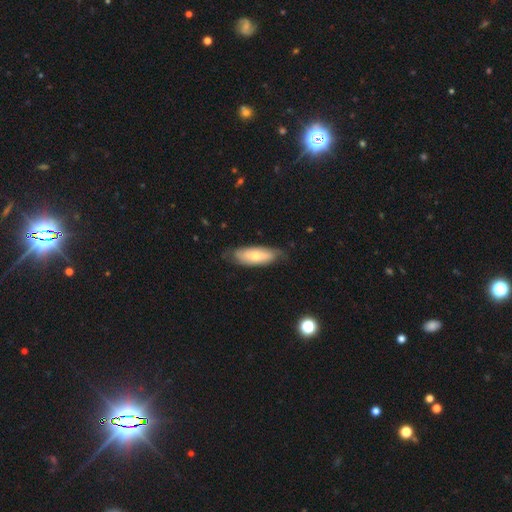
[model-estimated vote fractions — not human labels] Smooth or featured? Predicted: smooth (p=0.59). How rounded? Predicted: in between (p=0.73). Merging? Predicted: none (p=0.70).